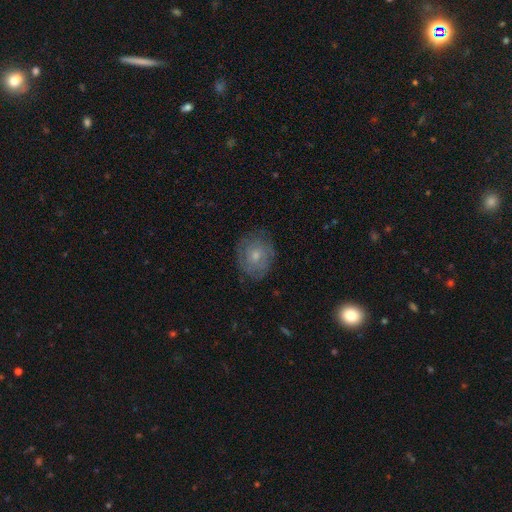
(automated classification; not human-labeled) This appears to be a smooth galaxy with no disk features (49%). Merging: none (76%).